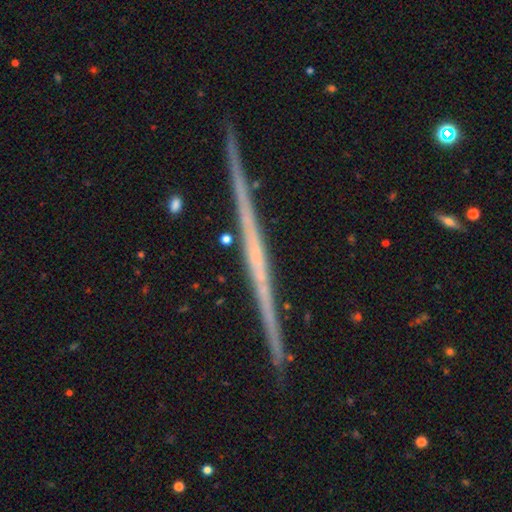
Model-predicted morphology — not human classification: Overall: featured or disk (76%). Edge-on disk: yes (98%). Edge-on bulge: none (87%). Merging: none (92%).